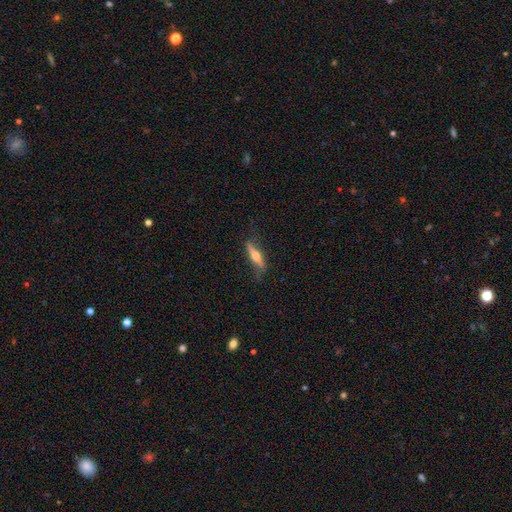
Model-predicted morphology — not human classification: Smooth or featured: featured or disk — 53% (smooth — 41%)
Edge-on disk: yes — 88% (no — 12%)
Merging: none — 68% (minor disturbance — 22%)